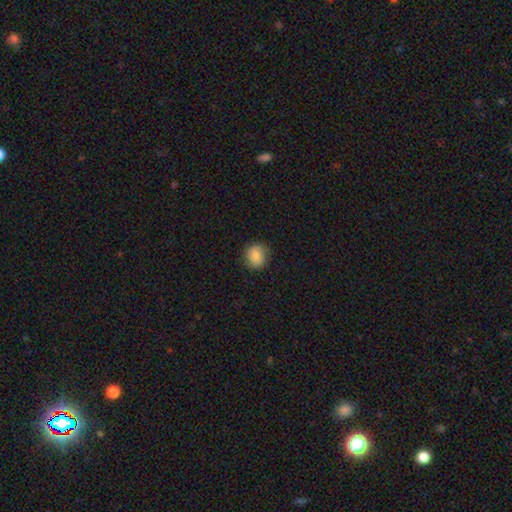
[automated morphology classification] smooth 84%, star or artifact 8%, featured or disk 8%. Down the decision tree: how rounded — round (79%); merging — none (83%).